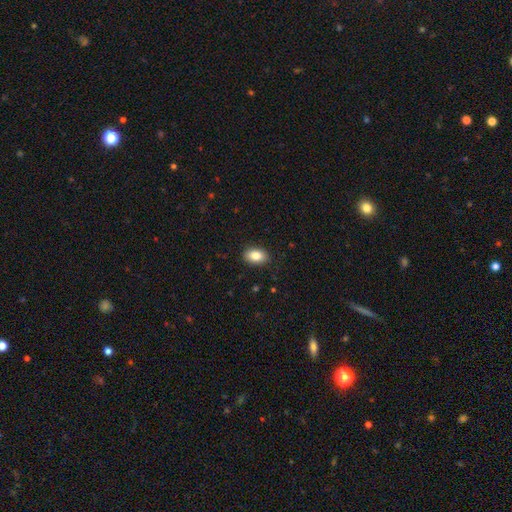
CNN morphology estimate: smooth_or_featured: smooth (p=0.86) [alt: star or artifact p=0.08]
how_rounded: in between (p=0.88) [alt: round p=0.11]
merging: none (p=0.88) [alt: minor disturbance p=0.08]